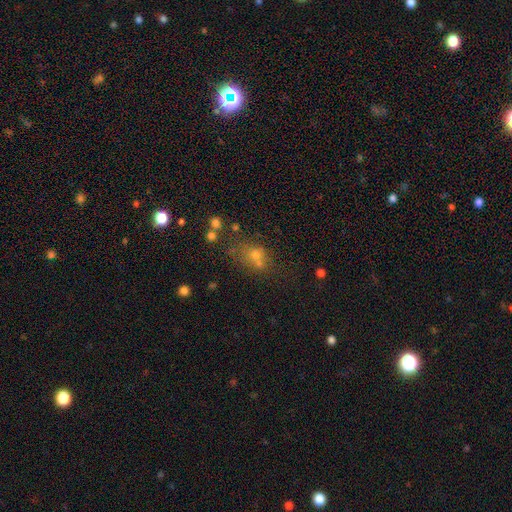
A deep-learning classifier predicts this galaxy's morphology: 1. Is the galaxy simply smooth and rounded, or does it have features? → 56% smooth, 27% star or artifact, 17% featured or disk.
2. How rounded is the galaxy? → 59% round, 39% in between, 2% cigar-shaped.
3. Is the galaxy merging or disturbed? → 48% none, 30% merger, 13% minor disturbance, 8% major disturbance.